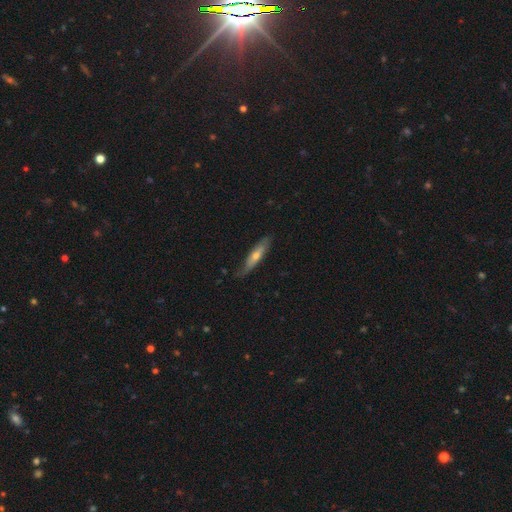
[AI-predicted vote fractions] A smooth galaxy with no disk features (47%, tied with featured or disk).

Vote fractions:
- Smooth or featured? smooth: 47% (tied) / featured or disk: 47% (tied) / star or artifact: 6%
- Merging? none: 74% / minor disturbance: 21% / major disturbance: 4% / merger: 1%